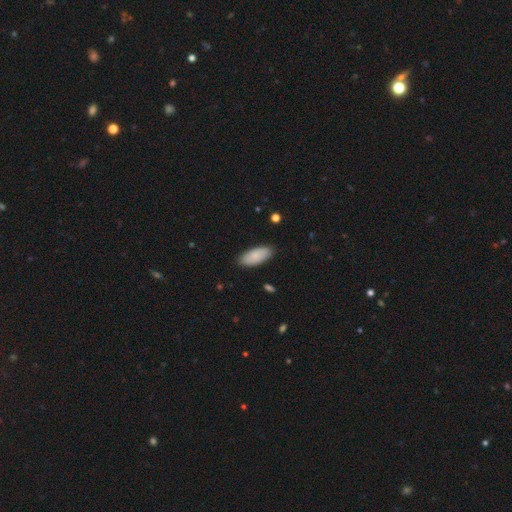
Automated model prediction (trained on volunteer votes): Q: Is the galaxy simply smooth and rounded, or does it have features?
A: smooth — 87%.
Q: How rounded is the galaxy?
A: in between — 88%.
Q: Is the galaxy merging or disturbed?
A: none — 86%.